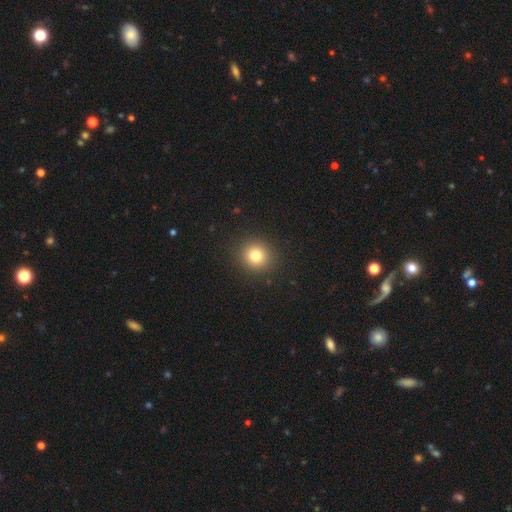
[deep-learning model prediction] A smooth galaxy with no disk features (79%) that is round (91%). Merging: none (91%).